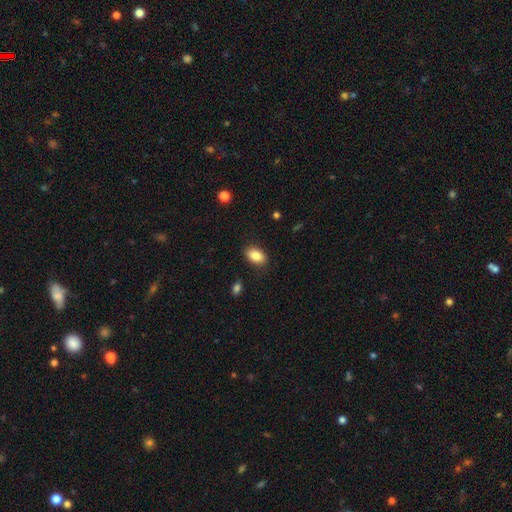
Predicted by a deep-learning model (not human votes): smooth_or_featured: smooth (p=0.85) [alt: star or artifact p=0.08]
how_rounded: in between (p=0.90) [alt: round p=0.08]
merging: none (p=0.86) [alt: minor disturbance p=0.10]